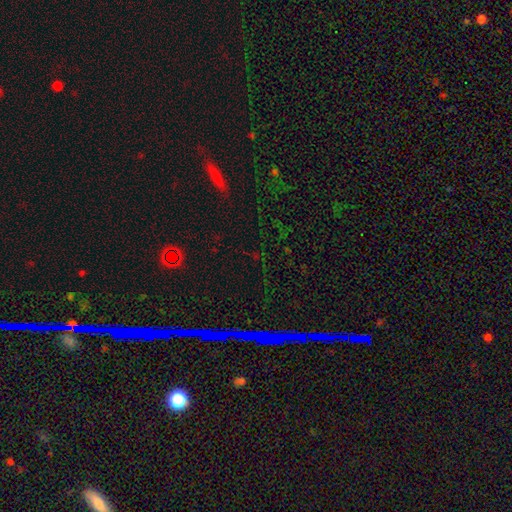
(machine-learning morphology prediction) star or artifact 74%, smooth 18%, featured or disk 8%.